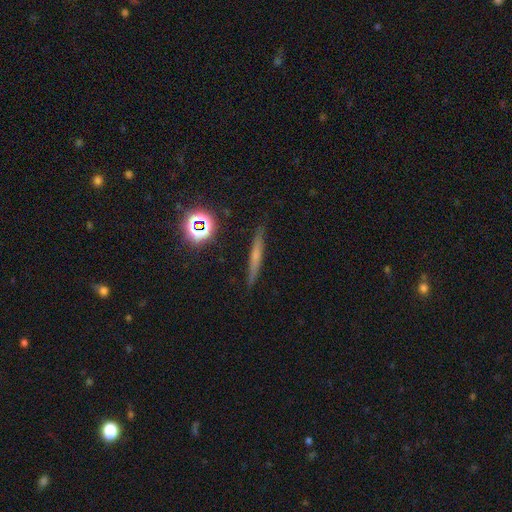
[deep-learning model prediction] The model was most divided on "smooth or featured" (2-way tie): featured or disk: 42%, smooth: 42%, star or artifact: 15%. More confident: merging — none (87%).